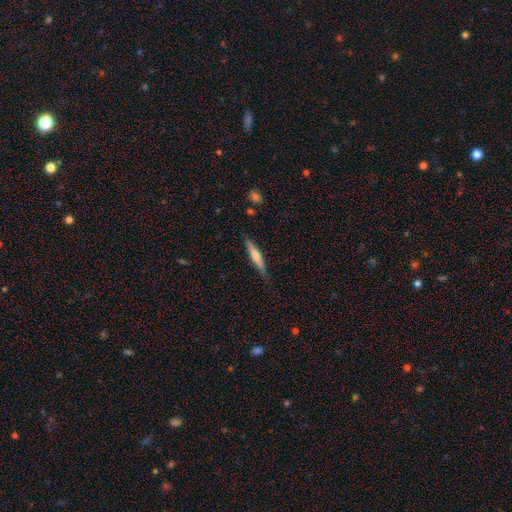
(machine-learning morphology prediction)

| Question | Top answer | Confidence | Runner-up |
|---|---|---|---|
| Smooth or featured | smooth | 52% | featured or disk (42%) |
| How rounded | cigar-shaped | 90% | in between (8%) |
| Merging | none | 85% | minor disturbance (12%) |